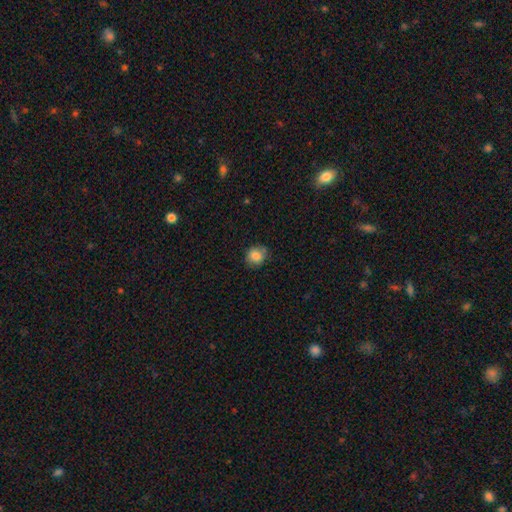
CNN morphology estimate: A smooth galaxy with no disk features (84%) that is round (78%).

Vote fractions:
- Smooth or featured? smooth: 84% / star or artifact: 10% / featured or disk: 7%
- How rounded? round: 78% / in between: 21% / cigar-shaped: 1%
- Merging? none: 76% / minor disturbance: 18% / major disturbance: 3% / merger: 2%